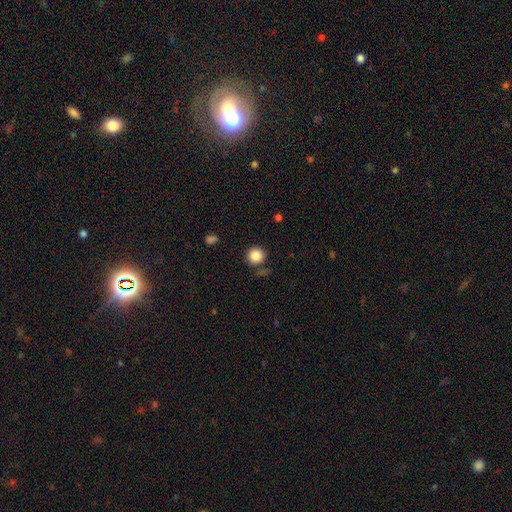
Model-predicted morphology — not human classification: Overall: smooth (86%). How rounded: round (94%). Merging: none (85%).